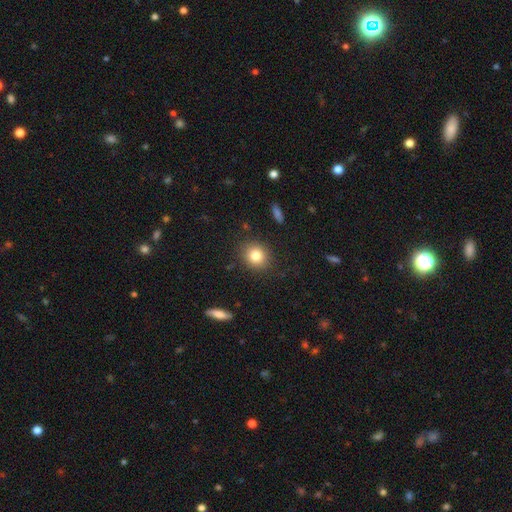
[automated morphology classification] smooth 82%, star or artifact 10%, featured or disk 8%. Down the decision tree: how rounded — round (78%); merging — none (87%).